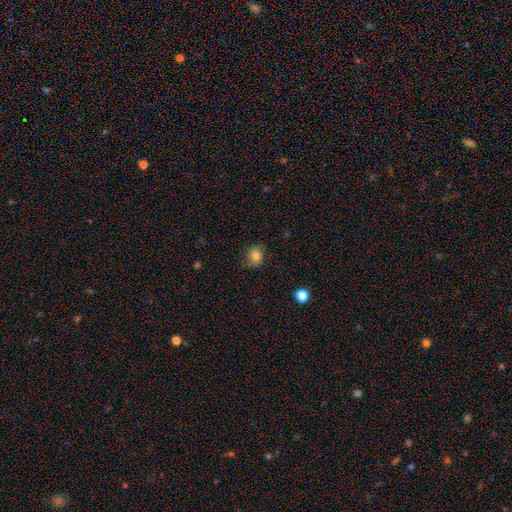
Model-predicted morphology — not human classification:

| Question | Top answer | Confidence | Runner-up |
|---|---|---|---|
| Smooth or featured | smooth | 77% | featured or disk (12%) |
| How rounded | round | 66% | in between (33%) |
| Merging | none | 67% | minor disturbance (25%) |